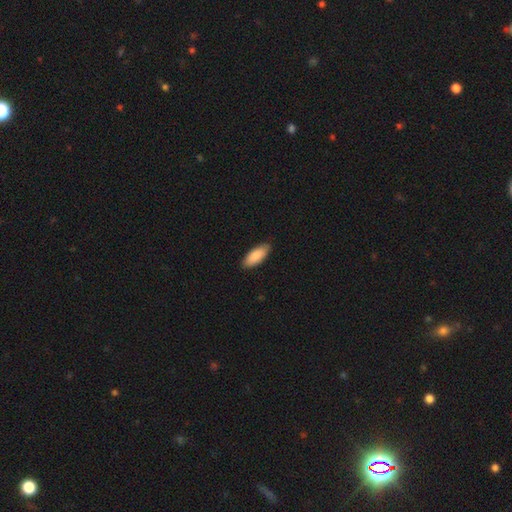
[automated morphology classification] The model was most divided on "how rounded": in between: 81%, cigar-shaped: 17%, round: 2%. More confident: smooth or featured — smooth (88%); merging — none (87%).